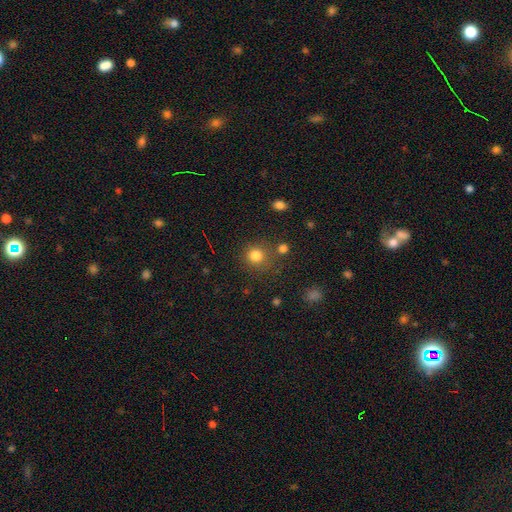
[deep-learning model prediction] smooth_or_featured: smooth (p=0.81) [alt: star or artifact p=0.14]
how_rounded: round (p=0.89) [alt: in between p=0.10]
merging: none (p=0.77) [alt: minor disturbance p=0.10]